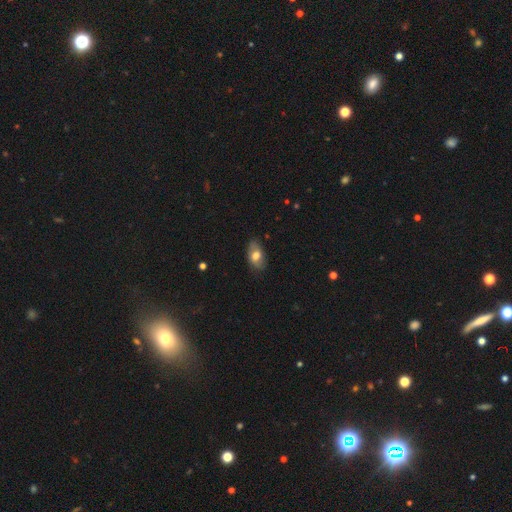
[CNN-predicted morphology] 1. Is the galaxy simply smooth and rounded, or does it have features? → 65% smooth, 28% featured or disk, 8% star or artifact.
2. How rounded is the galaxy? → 90% in between, 8% round, 2% cigar-shaped.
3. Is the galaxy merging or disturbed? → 76% none, 19% minor disturbance, 4% major disturbance, 1% merger.